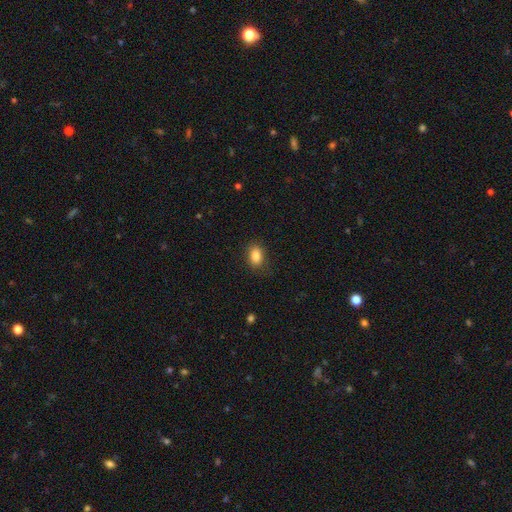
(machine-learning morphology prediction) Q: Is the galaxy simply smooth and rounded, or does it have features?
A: smooth — 85%.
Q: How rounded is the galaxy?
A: in between — 80%.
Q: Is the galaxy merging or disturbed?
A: none — 82%.